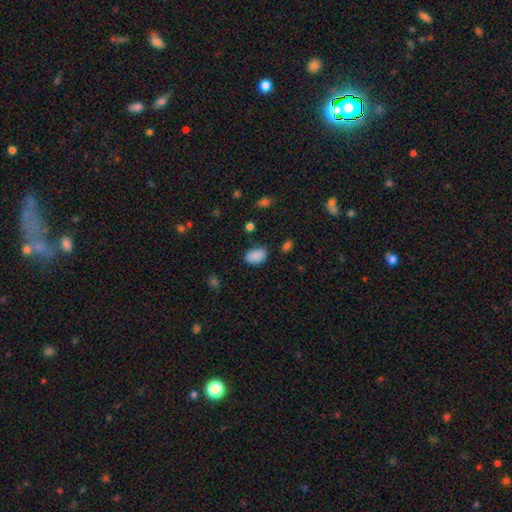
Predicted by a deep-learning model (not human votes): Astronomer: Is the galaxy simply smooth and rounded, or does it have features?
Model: smooth — 88%.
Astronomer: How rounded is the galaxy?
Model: in between — 89%.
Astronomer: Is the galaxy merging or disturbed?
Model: none — 78%.